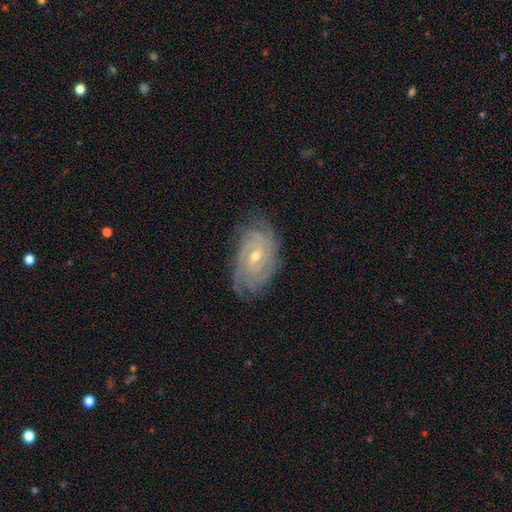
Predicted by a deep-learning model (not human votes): Smooth or featured? featured or disk (86%)
Edge-on disk? no (96%)
Bar? no (46%)
Spiral arms? yes (97%)
Spiral winding? tight (75%)
Spiral arm count? can't tell (32%)
Bulge size? small (51%)
Merging? none (76%)